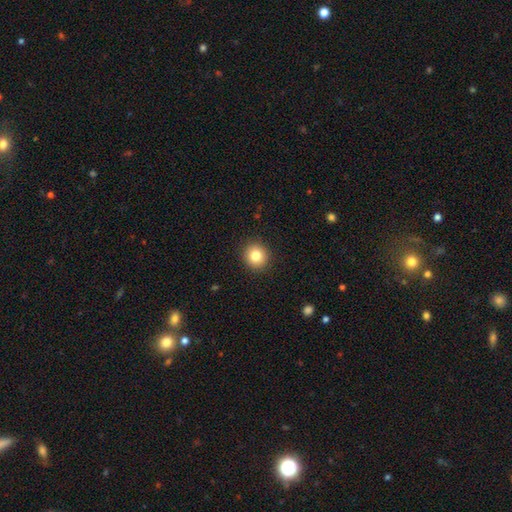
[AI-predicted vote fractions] A smooth galaxy with no disk features (82%) that is round (89%).

Vote fractions:
- Smooth or featured? smooth: 82% / star or artifact: 10% / featured or disk: 8%
- How rounded? round: 89% / in between: 10% / cigar-shaped: 1%
- Merging? none: 91% / minor disturbance: 6% / major disturbance: 2% / merger: 1%